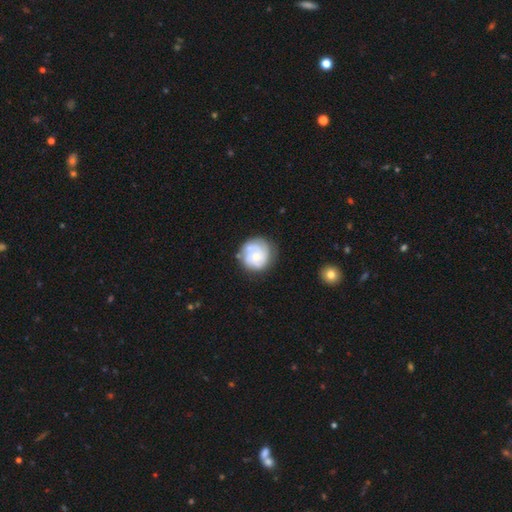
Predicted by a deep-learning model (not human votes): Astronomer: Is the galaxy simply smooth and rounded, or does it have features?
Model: featured or disk — 57% (runner-up: smooth, 36%).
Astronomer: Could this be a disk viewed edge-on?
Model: no — 98%.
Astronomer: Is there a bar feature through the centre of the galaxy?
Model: no — 79%.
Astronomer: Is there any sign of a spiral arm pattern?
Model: yes — 72%.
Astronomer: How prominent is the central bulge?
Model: moderate — 46% (runner-up: small, 45%).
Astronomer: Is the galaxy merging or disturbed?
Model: none — 65%.